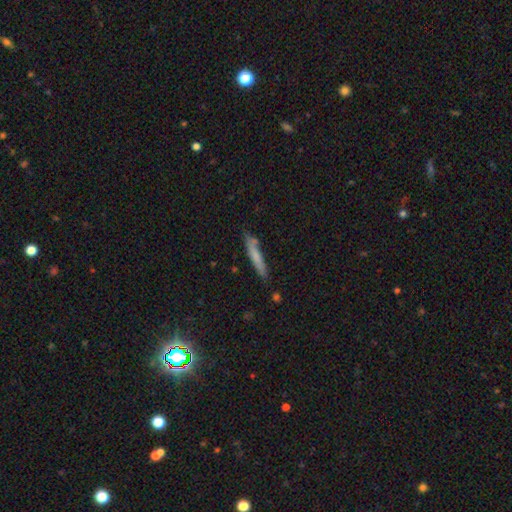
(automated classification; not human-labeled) The model was most divided on "smooth or featured": smooth: 69%, featured or disk: 24%, star or artifact: 6%. More confident: how rounded — cigar-shaped (93%); merging — none (79%).